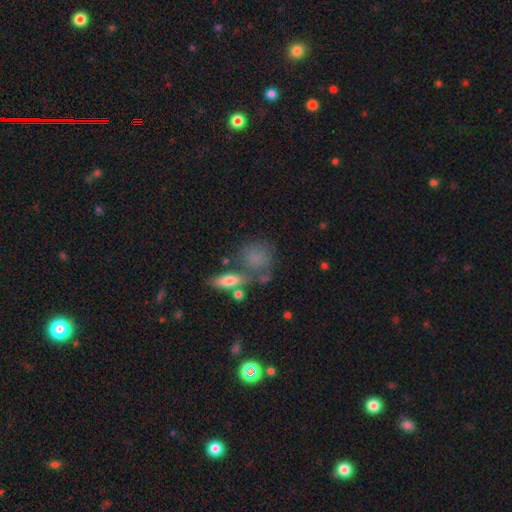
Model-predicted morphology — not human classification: The model was most divided on "how rounded": round: 56%, in between: 37%, cigar-shaped: 7%. More confident: smooth or featured — smooth (73%); merging — none (51%).